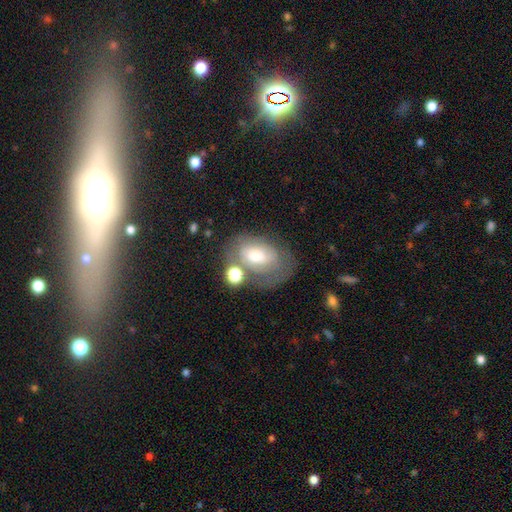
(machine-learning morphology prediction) Smooth or featured?
  - smooth: 49% *
  - featured or disk: 42%
  - star or artifact: 9%
Merging?
  - none: 46% *
  - minor disturbance: 23%
  - major disturbance: 17%
  - merger: 14%